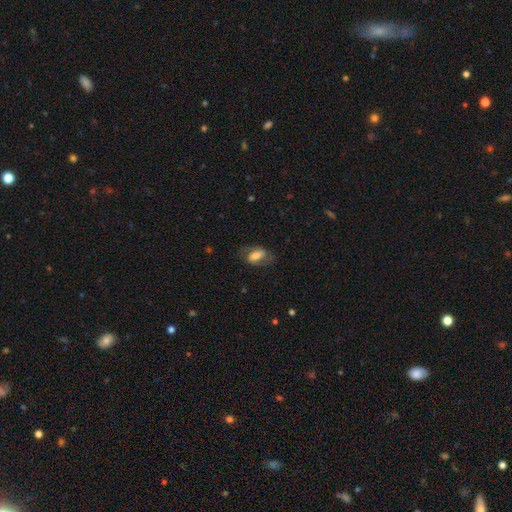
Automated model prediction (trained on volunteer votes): smooth_or_featured: smooth (p=0.53) [alt: featured or disk p=0.40]
how_rounded: in between (p=0.85) [alt: cigar-shaped p=0.08]
merging: none (p=0.65) [alt: minor disturbance p=0.20]